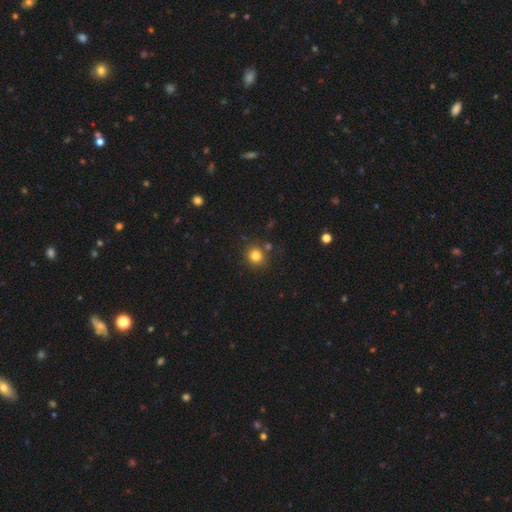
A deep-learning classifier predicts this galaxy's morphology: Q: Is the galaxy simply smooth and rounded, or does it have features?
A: smooth — 80%.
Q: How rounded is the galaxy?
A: round — 87%.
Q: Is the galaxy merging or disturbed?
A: none — 80%.